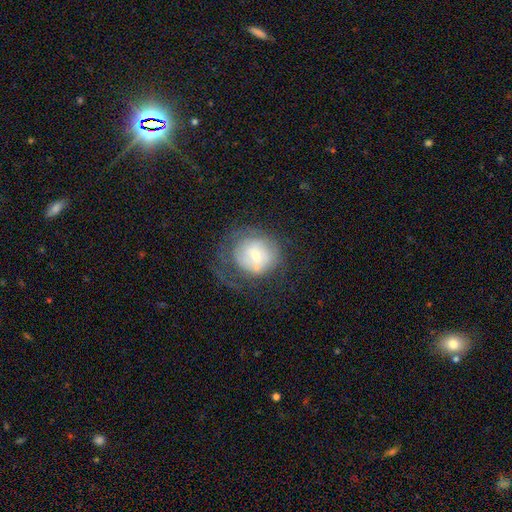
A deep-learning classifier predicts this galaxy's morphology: The model was most divided on "smooth or featured" (2-way tie): smooth: 45%, featured or disk: 45%, star or artifact: 9%. Remaining: merging — none (45%).